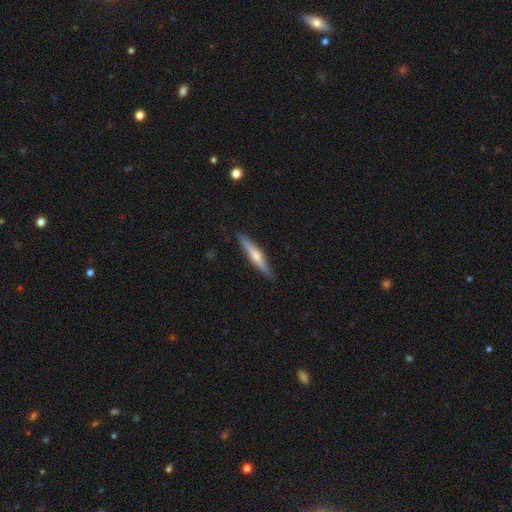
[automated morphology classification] smooth_or_featured: featured or disk (p=0.52) [alt: smooth p=0.43]
disk_edge_on: yes (p=0.95) [alt: no p=0.05]
merging: none (p=0.88) [alt: minor disturbance p=0.09]